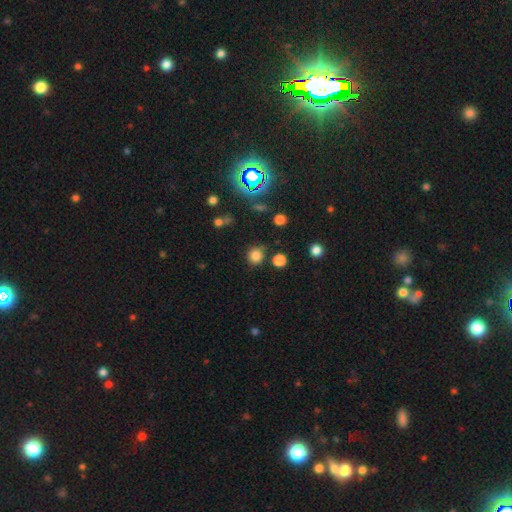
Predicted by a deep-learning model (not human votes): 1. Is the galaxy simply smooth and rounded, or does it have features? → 78% smooth, 17% star or artifact, 5% featured or disk.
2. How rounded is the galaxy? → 89% round, 10% in between, 1% cigar-shaped.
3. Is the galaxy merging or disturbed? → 79% none, 11% minor disturbance, 7% merger, 4% major disturbance.